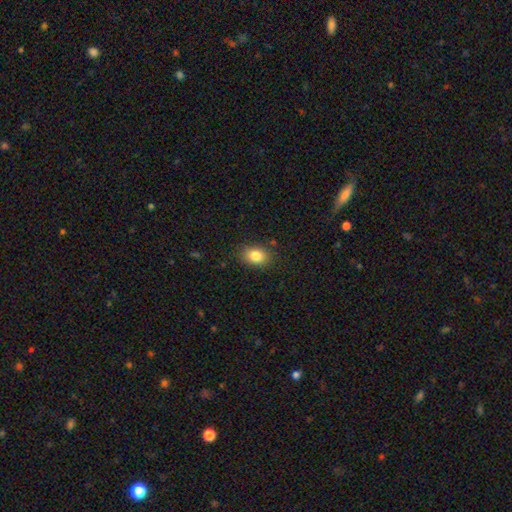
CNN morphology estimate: This is clearly a smooth galaxy (84%). How rounded: likely in between (74%). Merging: clearly none (84%).